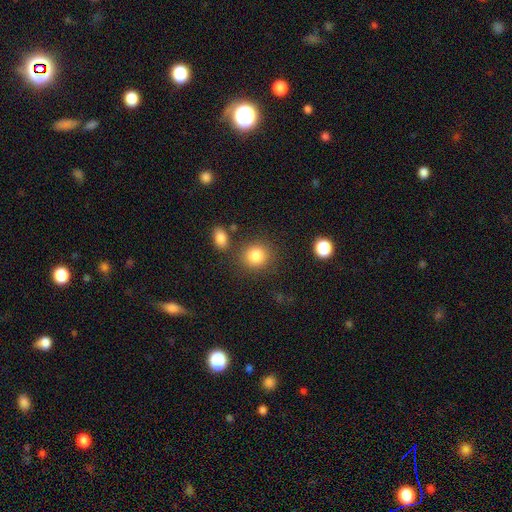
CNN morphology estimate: The model was most divided on "how rounded": round: 82%, in between: 17%, cigar-shaped: 1%. More confident: smooth or featured — smooth (84%); merging — none (80%).